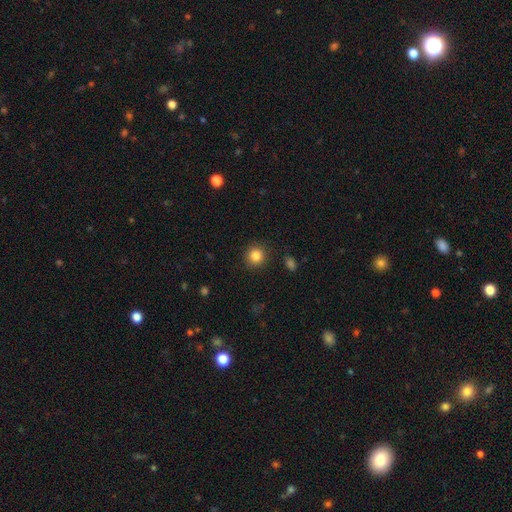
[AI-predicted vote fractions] Smooth or featured? Predicted: smooth (p=0.85). How rounded? Predicted: round (p=0.93). Merging? Predicted: none (p=0.91).